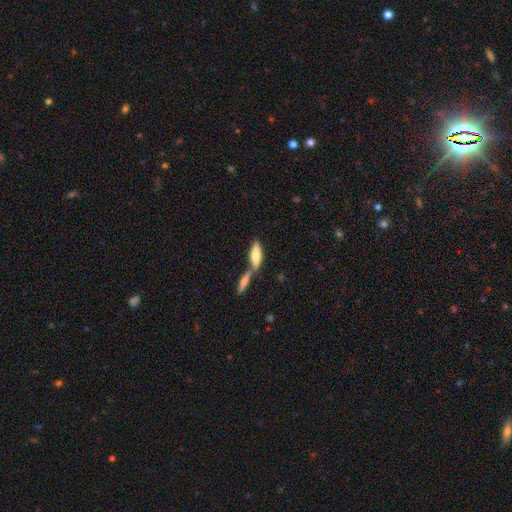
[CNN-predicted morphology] This is likely a smooth galaxy (65%). How rounded: possibly in between (54%). Merging: possibly none (47%).